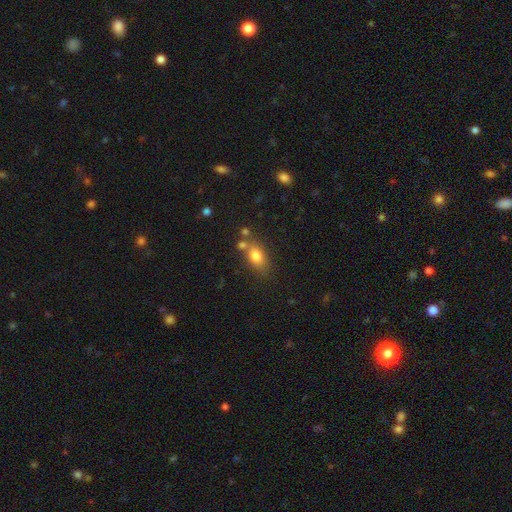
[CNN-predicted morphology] The model was most divided on "merging": none: 61%, merger: 18%, minor disturbance: 16%, major disturbance: 5%. More confident: how rounded — in between (79%); smooth or featured — smooth (78%).